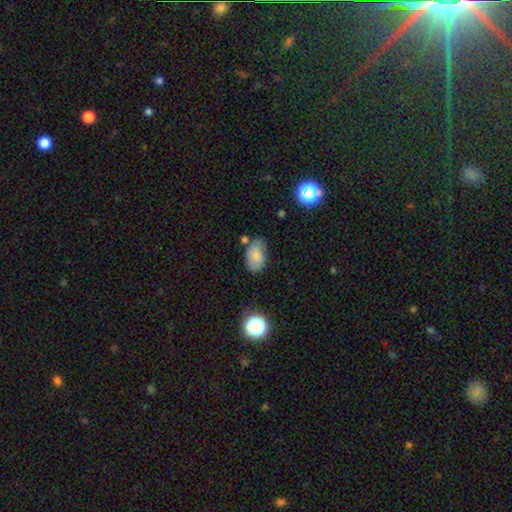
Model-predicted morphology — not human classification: A smooth galaxy with no disk features (79%) that is in between round and cigar-shaped (91%).

Vote fractions:
- Smooth or featured? smooth: 79% / featured or disk: 11% / star or artifact: 9%
- How rounded? in between: 91% / round: 7% / cigar-shaped: 1%
- Merging? none: 63% / minor disturbance: 24% / merger: 7% / major disturbance: 6%